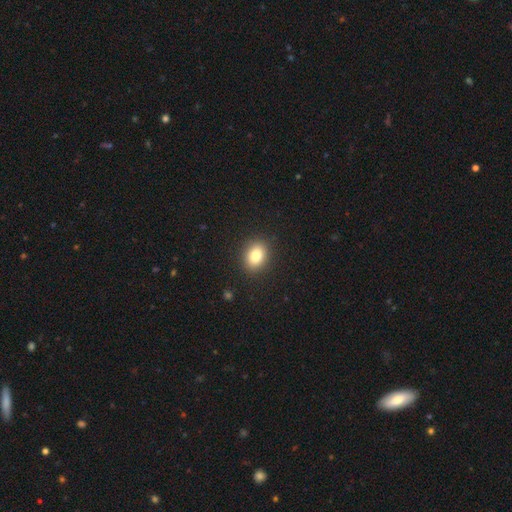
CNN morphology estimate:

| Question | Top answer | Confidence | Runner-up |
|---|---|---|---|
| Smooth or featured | smooth | 83% | star or artifact (10%) |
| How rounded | in between | 57% | round (42%) |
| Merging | none | 90% | minor disturbance (7%) |